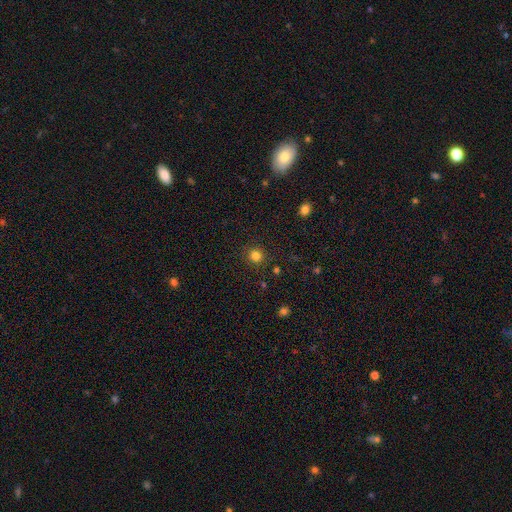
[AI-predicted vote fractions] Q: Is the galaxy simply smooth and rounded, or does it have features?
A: smooth — 82%.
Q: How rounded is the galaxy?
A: round — 91%.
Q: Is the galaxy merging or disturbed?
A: none — 89%.